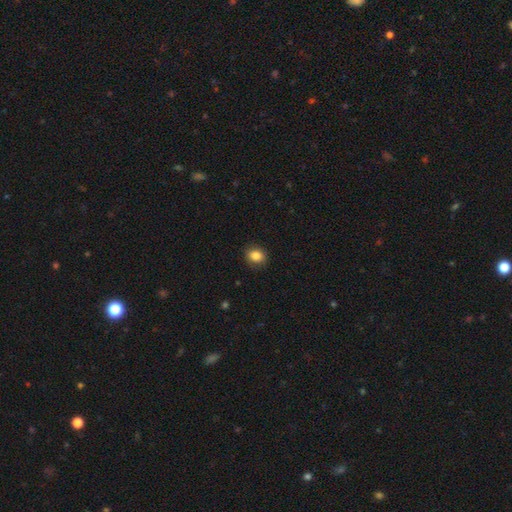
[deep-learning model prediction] smooth_or_featured: smooth (p=0.85) [alt: star or artifact p=0.10]
how_rounded: round (p=0.61) [alt: in between p=0.38]
merging: none (p=0.88) [alt: minor disturbance p=0.09]